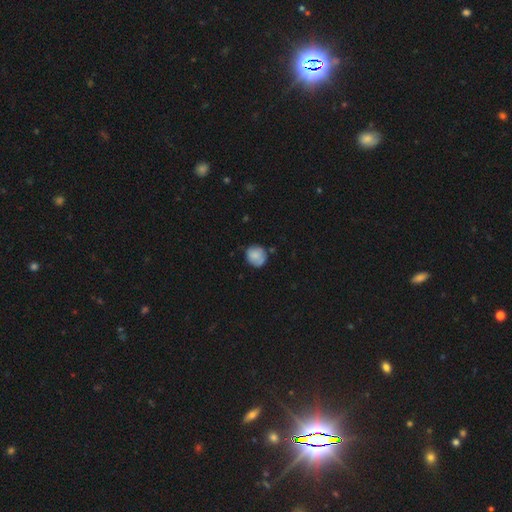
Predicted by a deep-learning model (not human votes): Smooth or featured?
  - smooth: 78% *
  - featured or disk: 14%
  - star or artifact: 8%
How rounded?
  - round: 85% *
  - in between: 14%
  - cigar-shaped: 1%
Merging?
  - none: 67% *
  - minor disturbance: 26%
  - major disturbance: 5%
  - merger: 3%